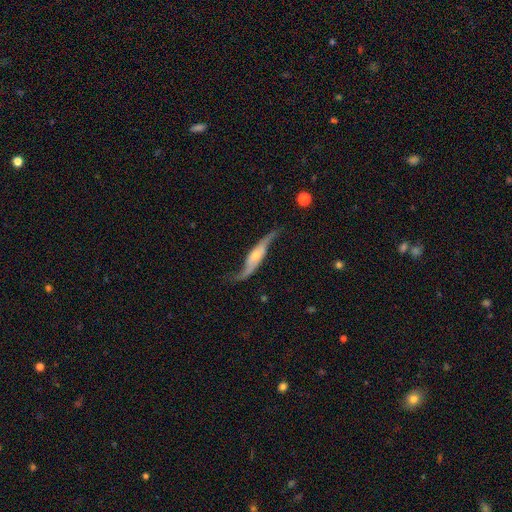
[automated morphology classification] smooth-or-featured: featured or disk: 81% | smooth: 14% | star or artifact: 5%
  disk-edge-on: no: 68% | yes: 32%
    bar: no: 58% | weak: 28% | strong: 14%
    has-spiral-arms: yes: 93% | no: 7%
      spiral-winding: loose: 88% | medium: 9% | tight: 3%
      spiral-arm-count: 2: 91% | 1: 3% | can't tell: 3% | 3: 1% | 4: 1% | more than 4: 1%
    bulge-size: small: 51% | moderate: 36% | none: 7% | large: 4% | dominant: 2%
  merging: none: 63% | minor disturbance: 21% | major disturbance: 13% | merger: 3%